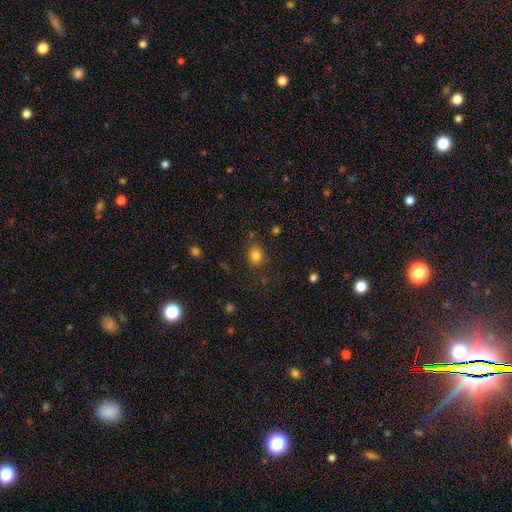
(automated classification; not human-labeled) Smooth or featured? smooth (82%)
How rounded? round (61%)
Merging? none (78%)